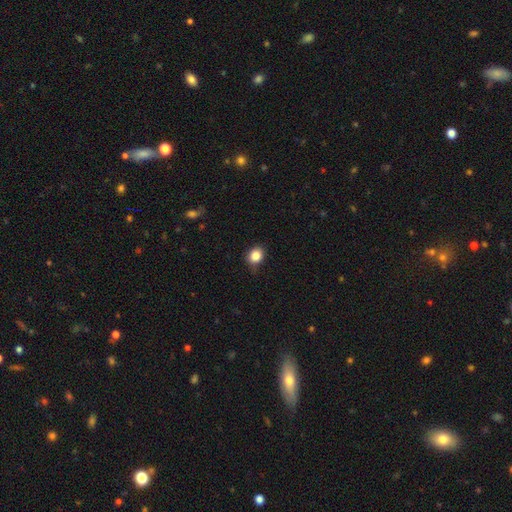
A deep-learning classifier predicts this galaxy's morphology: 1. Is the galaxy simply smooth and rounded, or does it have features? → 85% smooth, 10% star or artifact, 5% featured or disk.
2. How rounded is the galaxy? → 61% round, 38% in between, 1% cigar-shaped.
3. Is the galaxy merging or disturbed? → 78% none, 17% minor disturbance, 3% major disturbance, 1% merger.